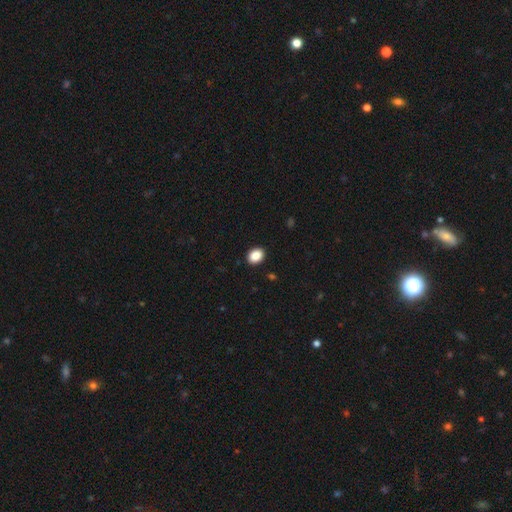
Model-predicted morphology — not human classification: A smooth galaxy with no disk features (88%) that is in between round and cigar-shaped (61%). Merging: none (91%).